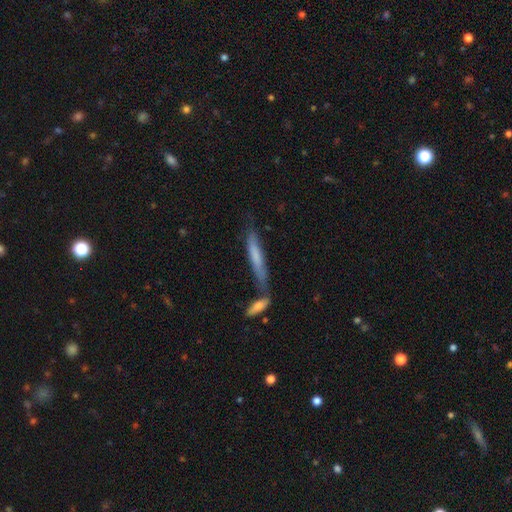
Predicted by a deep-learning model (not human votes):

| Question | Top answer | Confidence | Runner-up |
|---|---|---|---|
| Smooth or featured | smooth | 63% | featured or disk (31%) |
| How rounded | cigar-shaped | 89% | in between (9%) |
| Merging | none | 49% | merger (28%) |